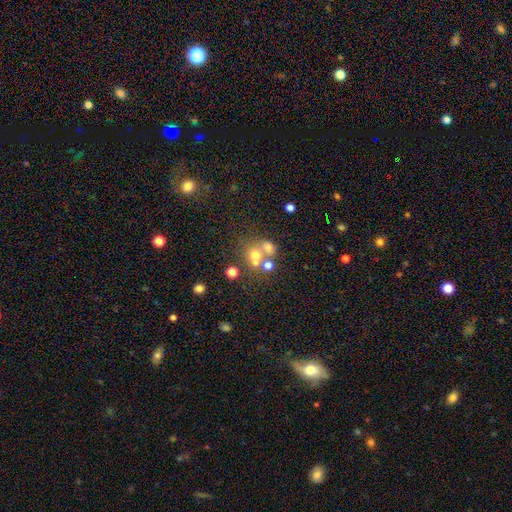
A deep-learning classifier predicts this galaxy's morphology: Smooth or featured? Predicted: smooth (p=0.55). How rounded? Predicted: round (p=0.75). Merging? Predicted: merger (p=0.44).